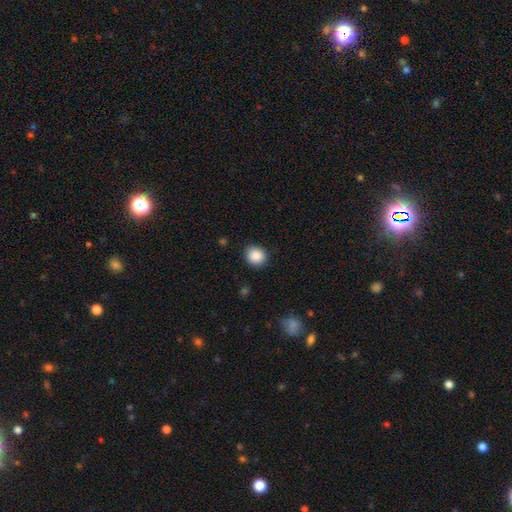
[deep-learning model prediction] Smooth or featured? Predicted: smooth (p=0.88). How rounded? Predicted: round (p=0.78). Merging? Predicted: none (p=0.87).